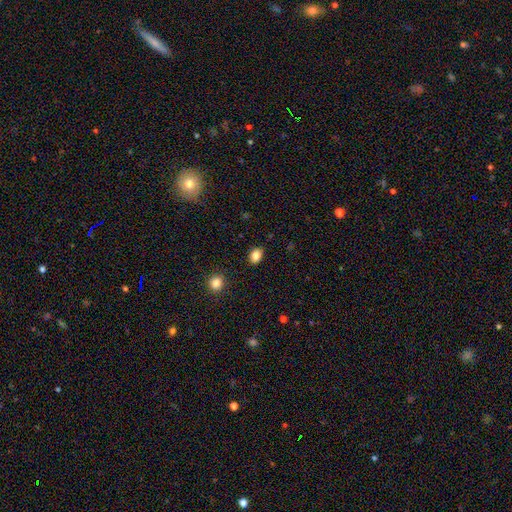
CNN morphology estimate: Q: Smooth or featured?
A: smooth (85%); runner-up: star or artifact (10%)
Q: How rounded?
A: in between (74%); runner-up: round (25%)
Q: Merging?
A: none (87%); runner-up: minor disturbance (9%)